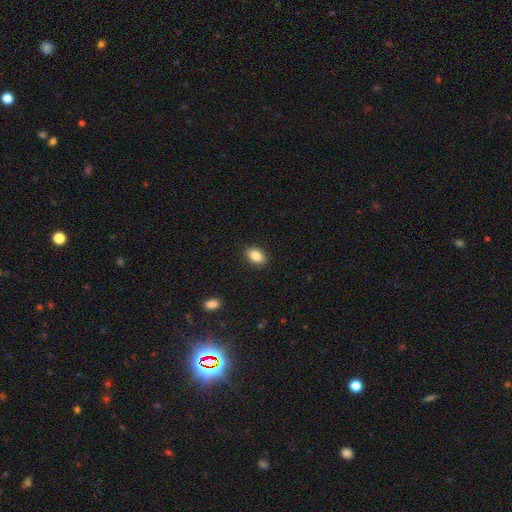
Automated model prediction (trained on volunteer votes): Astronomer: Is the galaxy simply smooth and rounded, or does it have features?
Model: smooth — 87%.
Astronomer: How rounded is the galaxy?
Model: in between — 87%.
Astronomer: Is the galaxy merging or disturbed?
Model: none — 89%.